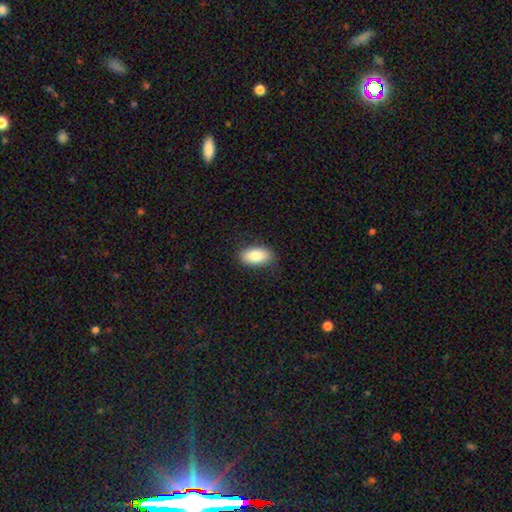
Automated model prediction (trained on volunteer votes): smooth 87%, star or artifact 7%, featured or disk 6%. Down the decision tree: how rounded — in between (94%); merging — none (85%).